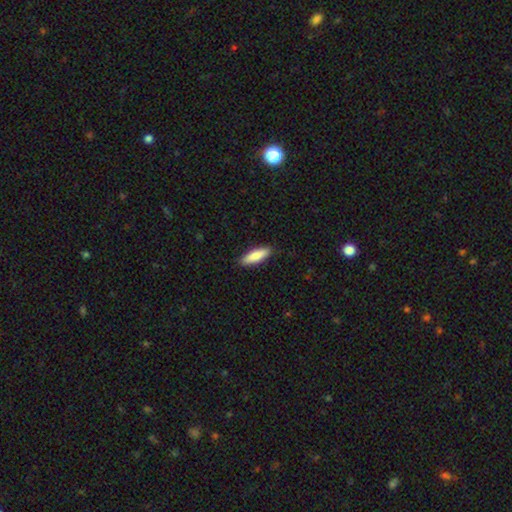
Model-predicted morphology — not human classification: Smooth or featured?
  - smooth: 82% *
  - featured or disk: 13%
  - star or artifact: 5%
How rounded?
  - cigar-shaped: 56% *
  - in between: 43%
  - round: 2%
Merging?
  - none: 89% *
  - minor disturbance: 8%
  - major disturbance: 2%
  - merger: 1%